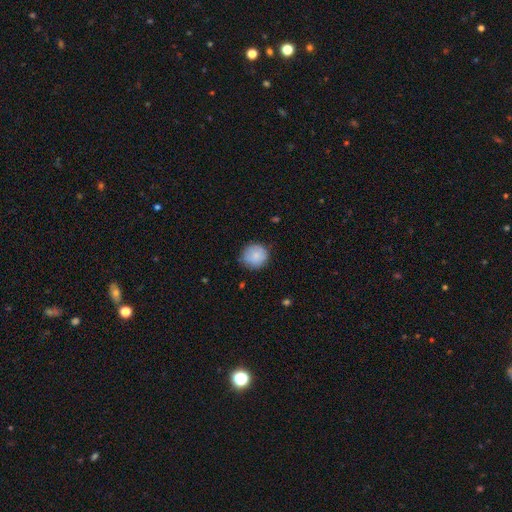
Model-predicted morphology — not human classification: smooth-or-featured: smooth: 84% | featured or disk: 9% | star or artifact: 7%
  how-rounded: round: 91% | in between: 8% | cigar-shaped: 1%
  merging: none: 79% | minor disturbance: 17% | major disturbance: 3% | merger: 1%